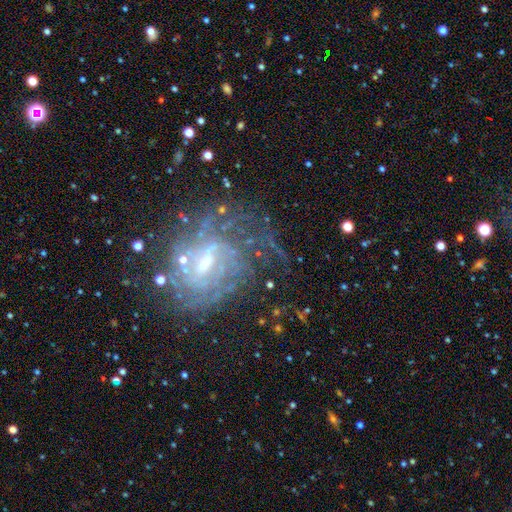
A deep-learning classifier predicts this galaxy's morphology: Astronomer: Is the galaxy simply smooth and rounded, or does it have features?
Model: featured or disk — 67%.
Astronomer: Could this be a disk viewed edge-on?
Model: no — 94%.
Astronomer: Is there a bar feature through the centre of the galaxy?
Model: weak — 45% (runner-up: strong, 29%).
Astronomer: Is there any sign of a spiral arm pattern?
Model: yes — 86%.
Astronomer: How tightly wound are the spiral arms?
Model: tight — 63%.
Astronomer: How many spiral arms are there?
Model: can't tell — 44%.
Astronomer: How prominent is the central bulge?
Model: small — 62%.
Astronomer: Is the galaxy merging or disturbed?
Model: none — 68%.